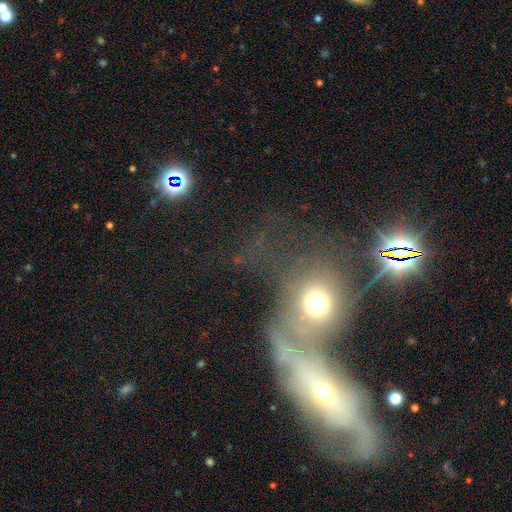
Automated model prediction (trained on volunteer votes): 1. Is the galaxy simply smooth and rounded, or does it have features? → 42% smooth, 37% featured or disk, 21% star or artifact.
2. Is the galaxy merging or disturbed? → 48% merger, 30% none, 11% major disturbance, 11% minor disturbance.